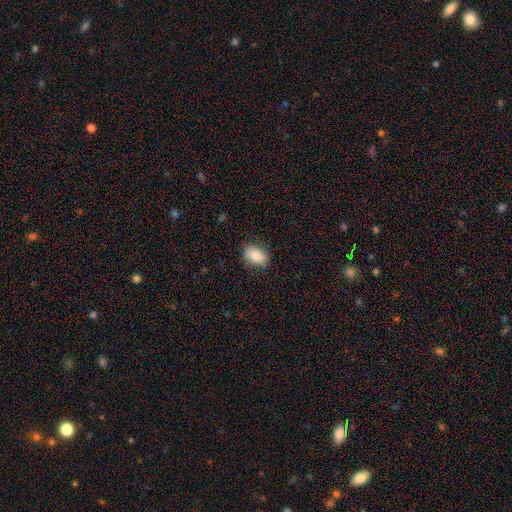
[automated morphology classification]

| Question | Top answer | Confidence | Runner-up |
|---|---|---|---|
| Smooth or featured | smooth | 82% | featured or disk (10%) |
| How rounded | in between | 89% | round (9%) |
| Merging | none | 82% | minor disturbance (13%) |